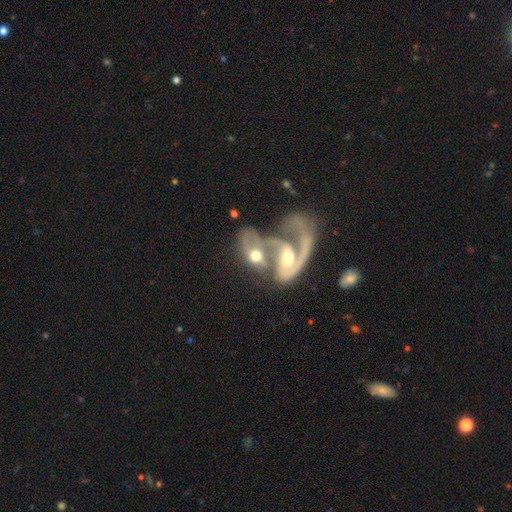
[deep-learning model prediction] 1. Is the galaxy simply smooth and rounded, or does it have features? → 69% featured or disk, 24% smooth, 7% star or artifact.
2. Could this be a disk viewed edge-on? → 94% no, 6% yes.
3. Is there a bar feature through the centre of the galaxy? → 57% no, 32% weak, 11% strong.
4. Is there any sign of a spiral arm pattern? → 77% yes, 23% no.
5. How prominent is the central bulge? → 66% moderate, 15% large, 14% small, 3% none, 2% dominant.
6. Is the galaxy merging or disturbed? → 80% merger, 10% major disturbance, 6% none, 4% minor disturbance.